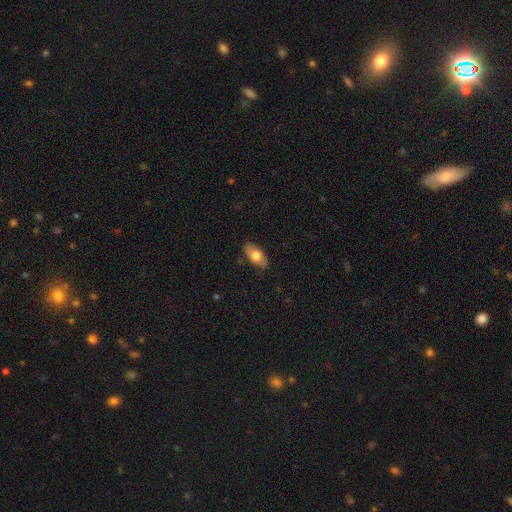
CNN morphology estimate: A smooth galaxy with no disk features (71%) that is in between round and cigar-shaped (92%).

Vote fractions:
- Smooth or featured? smooth: 71% / featured or disk: 22% / star or artifact: 6%
- How rounded? in between: 92% / cigar-shaped: 4% / round: 3%
- Merging? none: 86% / minor disturbance: 11% / major disturbance: 2% / merger: 1%